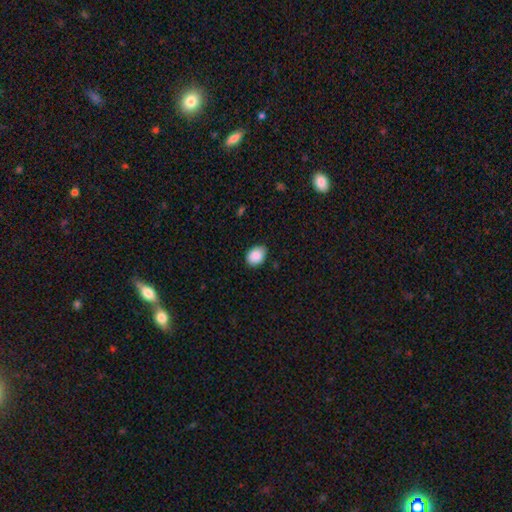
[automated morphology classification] smooth-or-featured: smooth: 88% | star or artifact: 8% | featured or disk: 4%
  how-rounded: in between: 69% | round: 30% | cigar-shaped: 1%
  merging: none: 77% | minor disturbance: 19% | major disturbance: 3% | merger: 1%